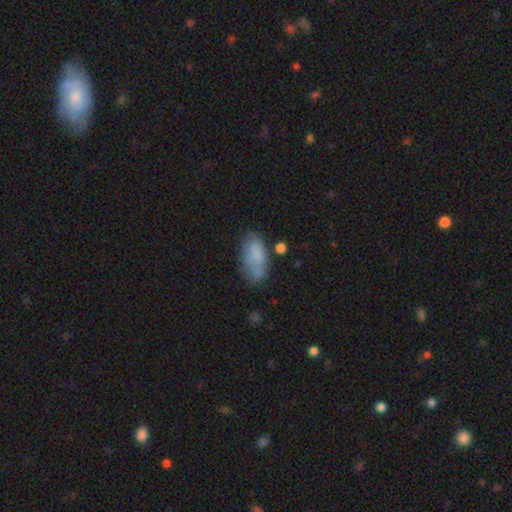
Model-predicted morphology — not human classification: The model was most divided on "merging": none: 56%, minor disturbance: 25%, major disturbance: 10%, merger: 8%. More confident: how rounded — in between (91%); smooth or featured — smooth (75%).